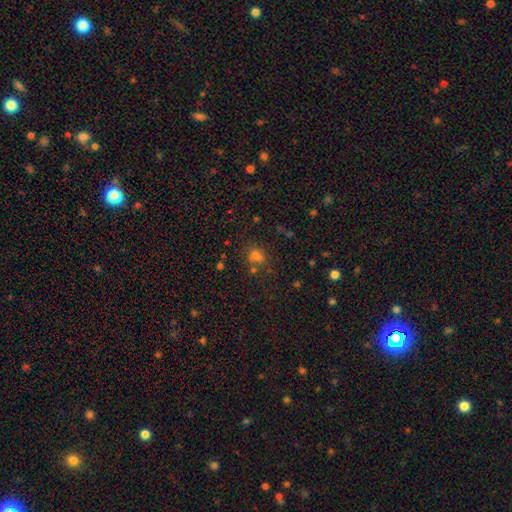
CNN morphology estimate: Smooth or featured? smooth (64%)
How rounded? round (55%)
Merging? none (57%)